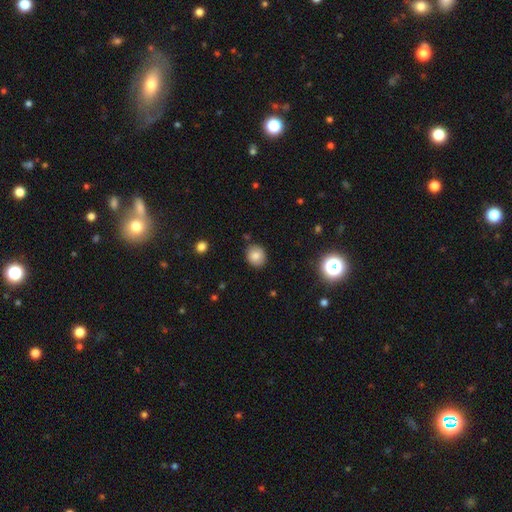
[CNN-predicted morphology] smooth_or_featured: smooth (p=0.81) [alt: star or artifact p=0.11]
how_rounded: round (p=0.73) [alt: in between p=0.26]
merging: none (p=0.86) [alt: minor disturbance p=0.09]